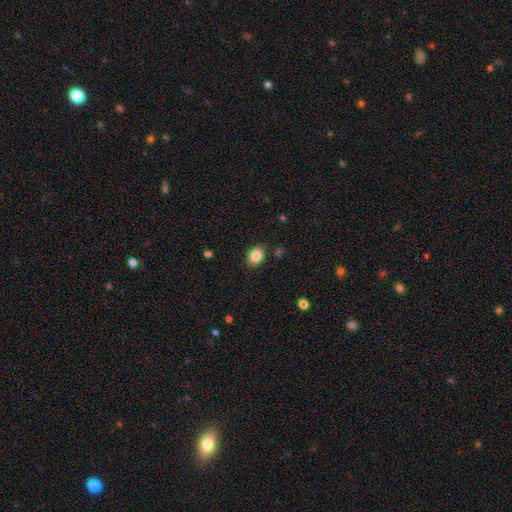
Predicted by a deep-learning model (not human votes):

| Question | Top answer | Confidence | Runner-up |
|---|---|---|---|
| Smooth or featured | smooth | 85% | star or artifact (9%) |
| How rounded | in between | 70% | round (29%) |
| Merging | none | 87% | minor disturbance (9%) |